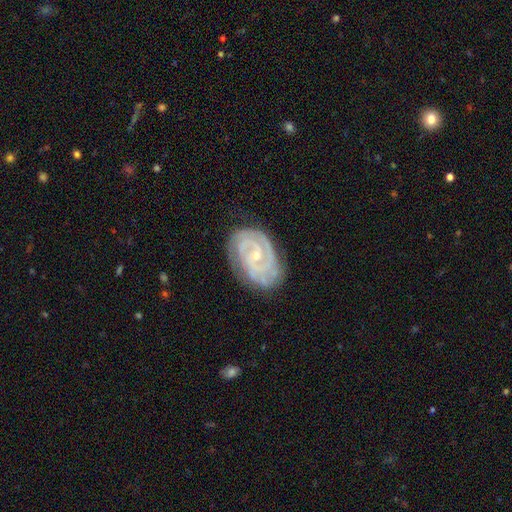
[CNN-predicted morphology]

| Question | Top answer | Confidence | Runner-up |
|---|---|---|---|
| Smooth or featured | featured or disk | 87% | star or artifact (7%) |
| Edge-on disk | no | 97% | yes (3%) |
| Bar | no | 56% | weak (33%) |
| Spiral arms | yes | 98% | no (2%) |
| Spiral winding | tight | 77% | medium (20%) |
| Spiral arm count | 2 | 41% | 3 (24%) |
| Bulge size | small | 71% | moderate (26%) |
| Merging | none | 78% | minor disturbance (16%) |